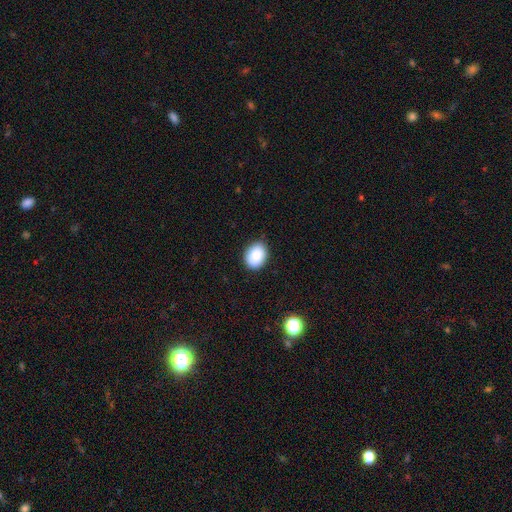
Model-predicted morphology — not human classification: Overall: smooth (88%). How rounded: in between (69%; round 31%). Merging: none (86%).